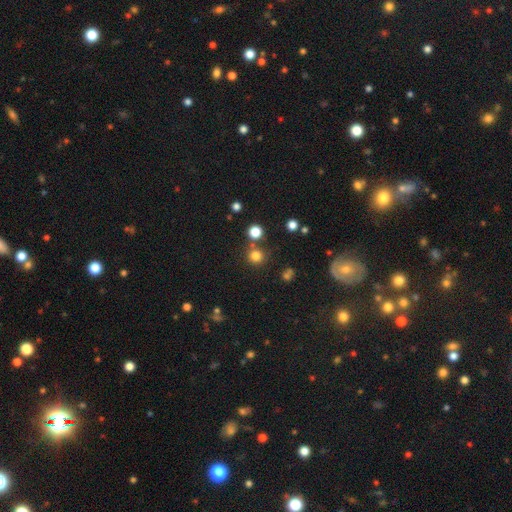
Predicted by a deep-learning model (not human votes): Smooth or featured? Predicted: smooth (p=0.77). How rounded? Predicted: round (p=0.92). Merging? Predicted: none (p=0.76).